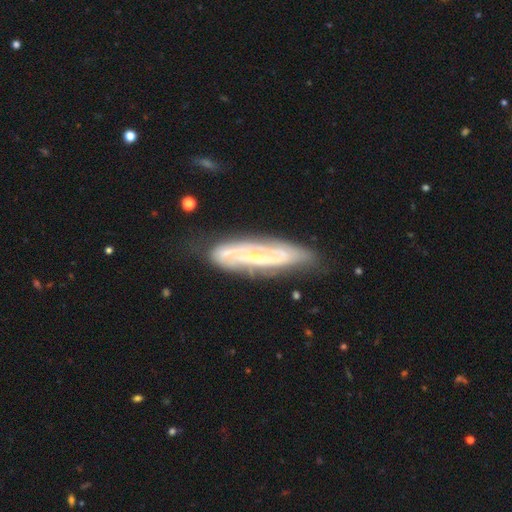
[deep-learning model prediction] smooth-or-featured: featured or disk: 75% | smooth: 19% | star or artifact: 7%
  disk-edge-on: no: 76% | yes: 24%
    bar: no: 49% | weak: 35% | strong: 16%
    has-spiral-arms: yes: 89% | no: 11%
      spiral-winding: medium: 41% | tight: 38% | loose: 21%
      spiral-arm-count: 2: 59% | can't tell: 27% | 3: 6% | 4: 3% | 1: 3% | more than 4: 2%
    bulge-size: small: 75% | moderate: 16% | none: 7% | large: 1% | dominant: 1%
  merging: none: 76% | minor disturbance: 17% | major disturbance: 4% | merger: 2%